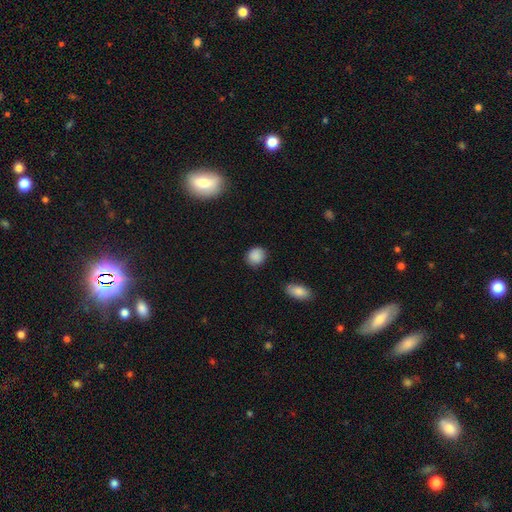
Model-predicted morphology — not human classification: Smooth or featured? smooth (87%)
How rounded? round (79%)
Merging? none (86%)